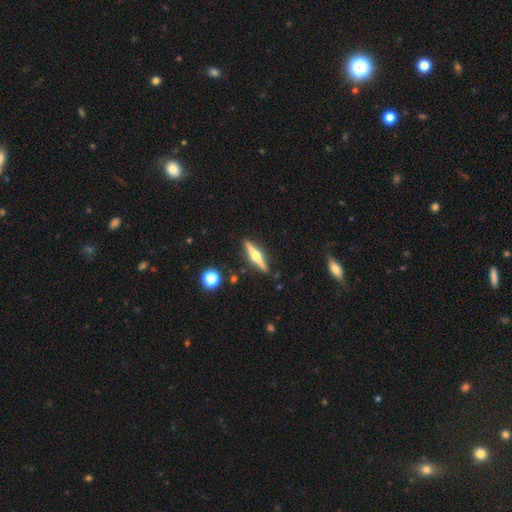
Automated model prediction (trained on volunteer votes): featured or disk 74%, smooth 20%, star or artifact 6%. Down the decision tree: edge-on disk — yes (98%); edge-on bulge — rounded (95%); merging — none (89%).